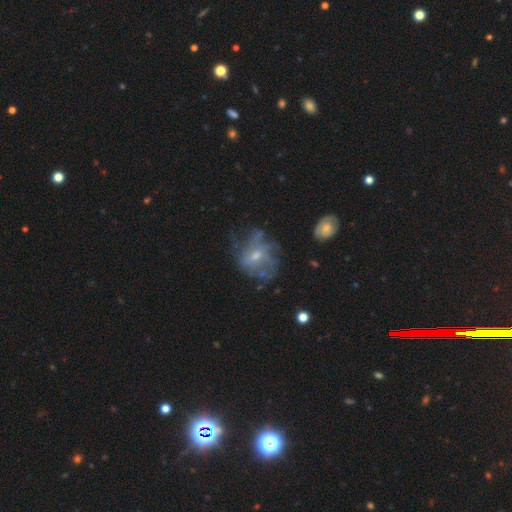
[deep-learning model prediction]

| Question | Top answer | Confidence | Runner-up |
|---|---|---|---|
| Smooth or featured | featured or disk | 62% | smooth (24%) |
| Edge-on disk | no | 96% | yes (4%) |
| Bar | no | 63% | weak (32%) |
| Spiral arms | yes | 57% | no (43%) |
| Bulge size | small | 54% | moderate (40%) |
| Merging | none | 51% | minor disturbance (23%) |